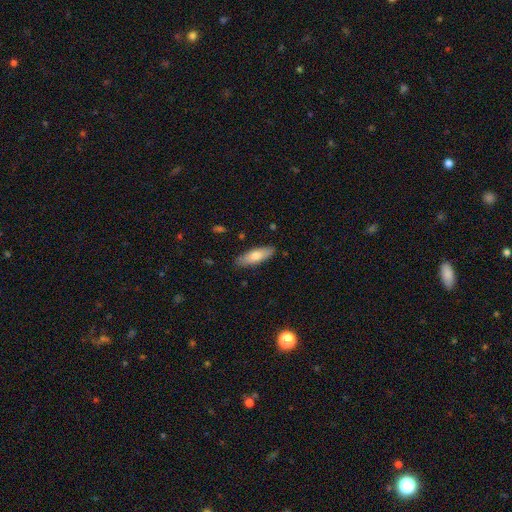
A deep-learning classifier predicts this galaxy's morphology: smooth 74%, featured or disk 20%, star or artifact 6%. Down the decision tree: how rounded — in between (57%); merging — none (87%).